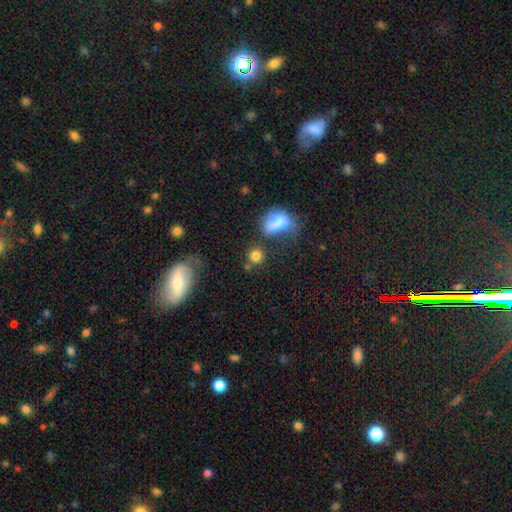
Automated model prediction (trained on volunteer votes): This appears to be a smooth galaxy with no disk features (79%) that is round (84%). Merging: none (61%).